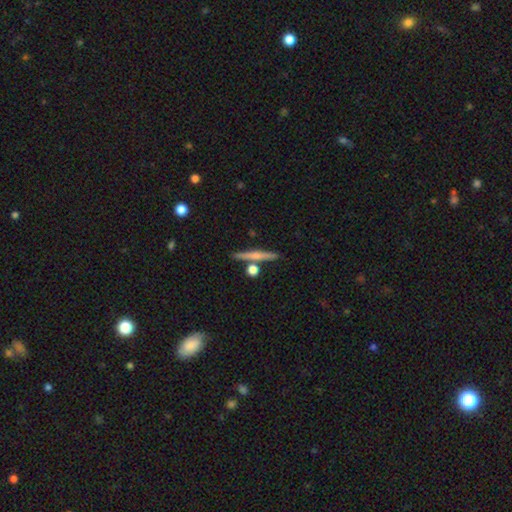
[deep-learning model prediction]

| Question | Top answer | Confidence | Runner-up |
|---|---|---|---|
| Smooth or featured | smooth | 49% | featured or disk (44%) |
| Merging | none | 78% | merger (11%) |